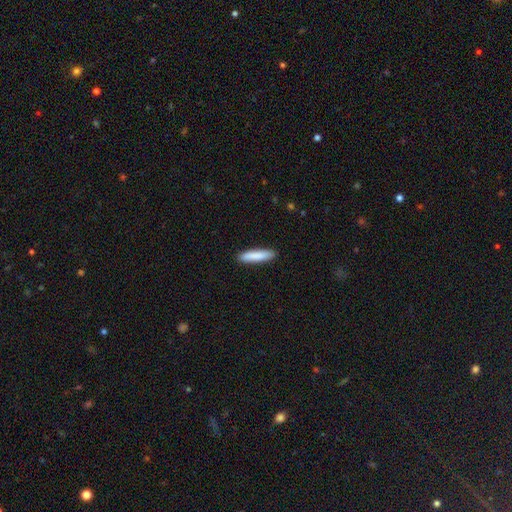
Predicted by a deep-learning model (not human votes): smooth-or-featured: smooth: 86% | featured or disk: 8% | star or artifact: 5%
  how-rounded: cigar-shaped: 86% | in between: 12% | round: 1%
  merging: none: 91% | minor disturbance: 7% | major disturbance: 1% | merger: 1%